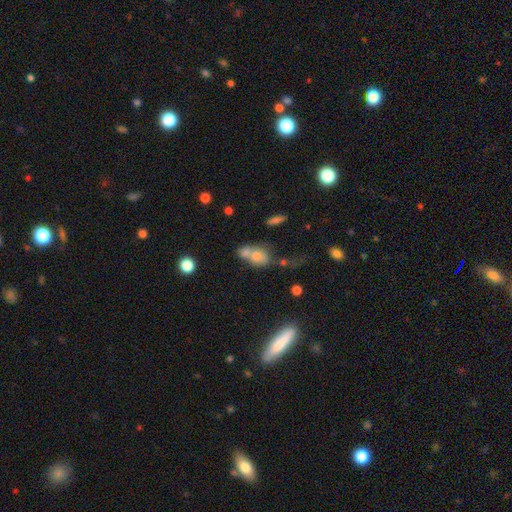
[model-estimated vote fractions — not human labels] Overall: smooth (70%). How rounded: in between (69%). Merging: merger (59%; none 23%).